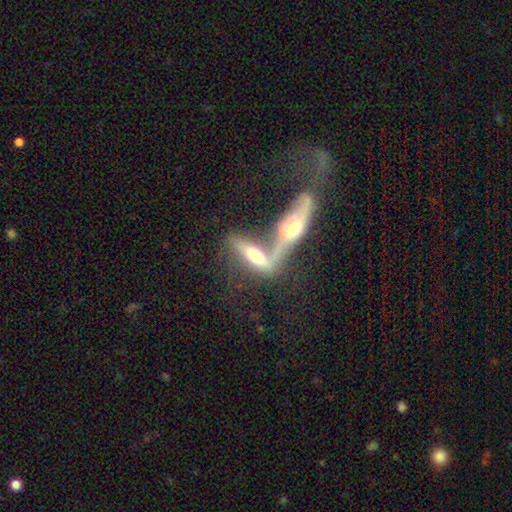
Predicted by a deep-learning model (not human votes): Overall: featured or disk (50%; smooth 42%). Merging: merger (72%).